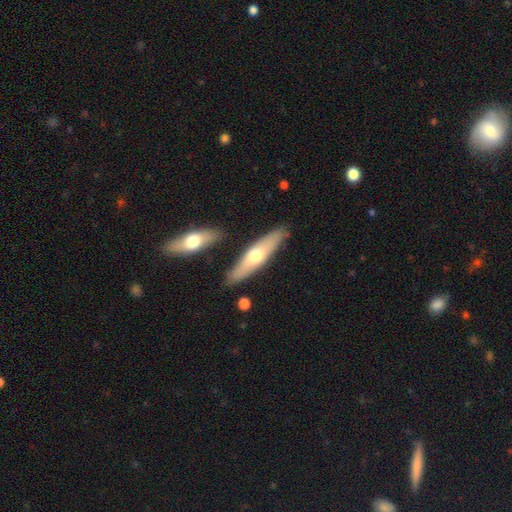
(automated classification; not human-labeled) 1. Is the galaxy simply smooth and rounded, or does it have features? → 52% smooth, 43% featured or disk, 5% star or artifact.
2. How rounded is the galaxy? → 68% cigar-shaped, 30% in between, 2% round.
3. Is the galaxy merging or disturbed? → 84% none, 9% minor disturbance, 5% merger, 2% major disturbance.